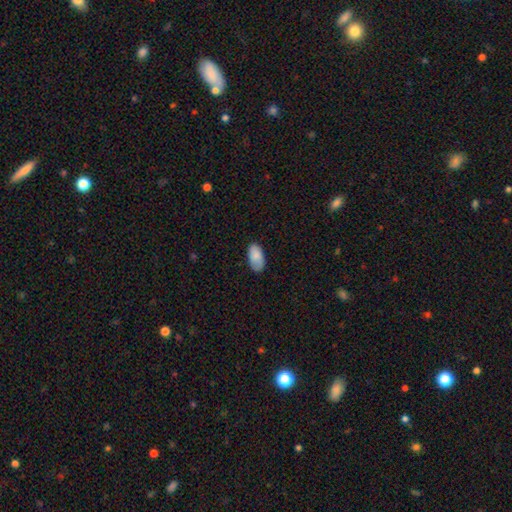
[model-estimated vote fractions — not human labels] The model was most divided on "merging": none: 78%, minor disturbance: 18%, major disturbance: 3%, merger: 1%. More confident: how rounded — in between (95%); smooth or featured — smooth (86%).